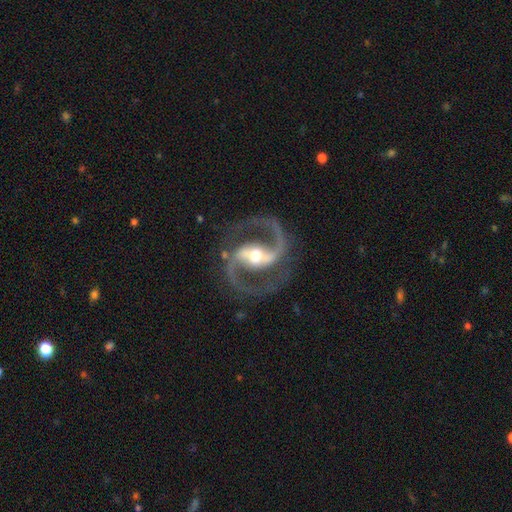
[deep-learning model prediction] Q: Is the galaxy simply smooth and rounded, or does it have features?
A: featured or disk — 94%.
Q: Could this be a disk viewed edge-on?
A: no — 98%.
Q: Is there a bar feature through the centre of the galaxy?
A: strong — 60%.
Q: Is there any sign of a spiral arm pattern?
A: yes — 98%.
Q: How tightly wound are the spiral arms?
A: medium — 70%.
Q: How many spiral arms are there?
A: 2 — 95%.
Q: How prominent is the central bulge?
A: moderate — 68%.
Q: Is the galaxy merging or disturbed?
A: none — 83%.